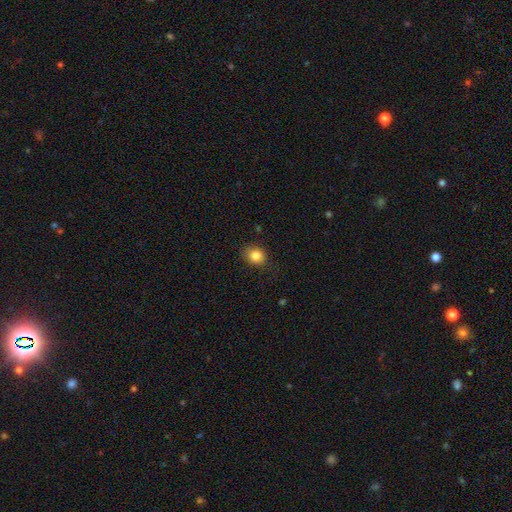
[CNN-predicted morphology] Overall: smooth (84%). How rounded: round (59%; in between 40%). Merging: none (82%).